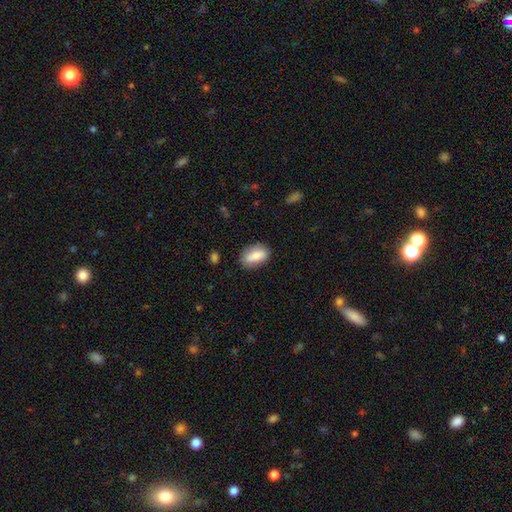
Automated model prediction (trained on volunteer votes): Morphology: type=smooth (82%); roundness=in between (91%); merging=none (81%).